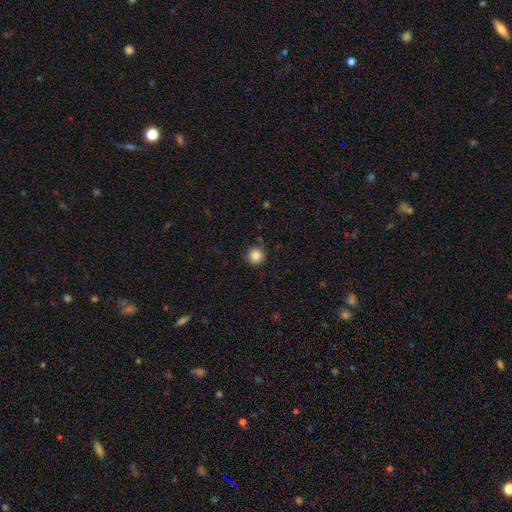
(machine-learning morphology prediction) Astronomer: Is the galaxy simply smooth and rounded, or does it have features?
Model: smooth — 85%.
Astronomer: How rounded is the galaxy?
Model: round — 95%.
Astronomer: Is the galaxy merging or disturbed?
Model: none — 87%.